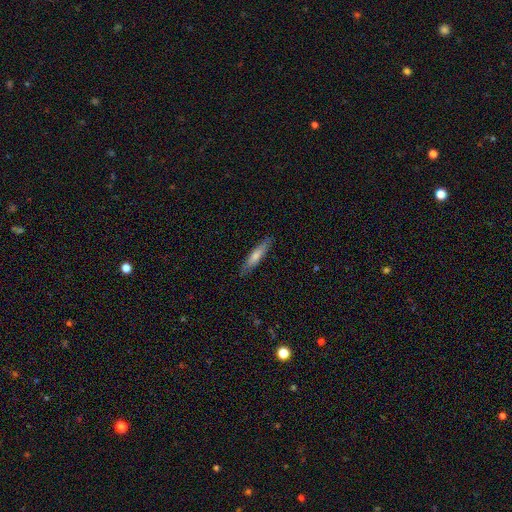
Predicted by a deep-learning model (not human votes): smooth_or_featured: smooth (p=0.68) [alt: featured or disk p=0.27]
how_rounded: cigar-shaped (p=0.83) [alt: in between p=0.16]
merging: none (p=0.86) [alt: minor disturbance p=0.11]